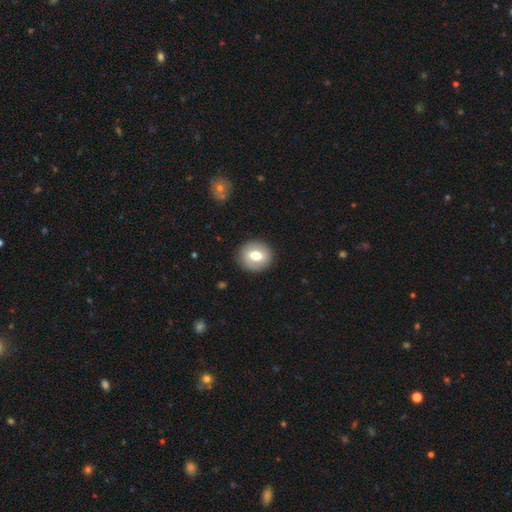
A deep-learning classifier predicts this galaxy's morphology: Smooth or featured? smooth (68%)
How rounded? round (75%)
Merging? none (89%)